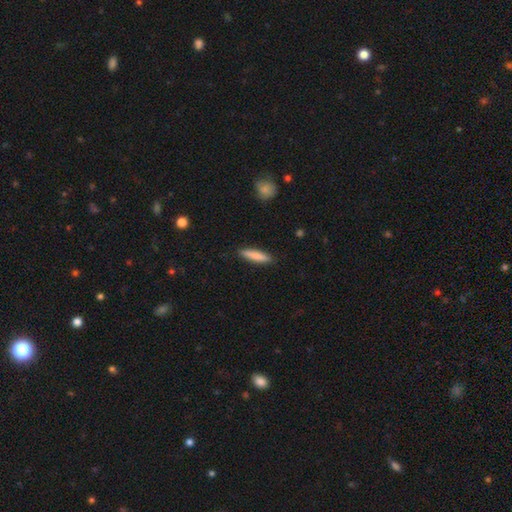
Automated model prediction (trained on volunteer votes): Smooth or featured: smooth — 82% (featured or disk — 12%)
How rounded: cigar-shaped — 84% (in between — 15%)
Merging: none — 90% (minor disturbance — 7%)